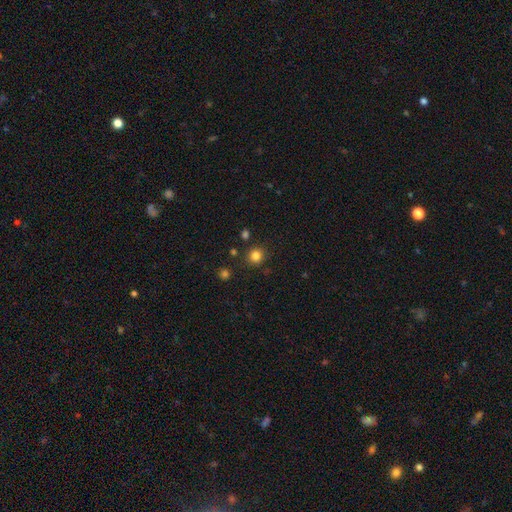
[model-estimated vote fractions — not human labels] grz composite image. It shows a smooth galaxy with no disk features (82%) that is round (90%). Merging: none (87%).